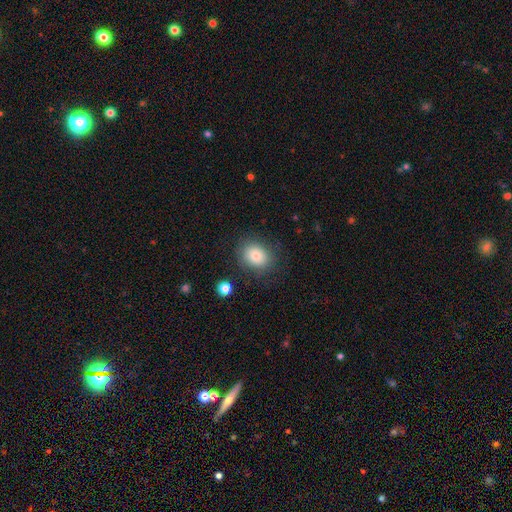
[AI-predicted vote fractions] smooth-or-featured: smooth: 81% | featured or disk: 10% | star or artifact: 10%
  how-rounded: round: 53% | in between: 47% | cigar-shaped: 1%
  merging: none: 81% | minor disturbance: 12% | major disturbance: 5% | merger: 2%